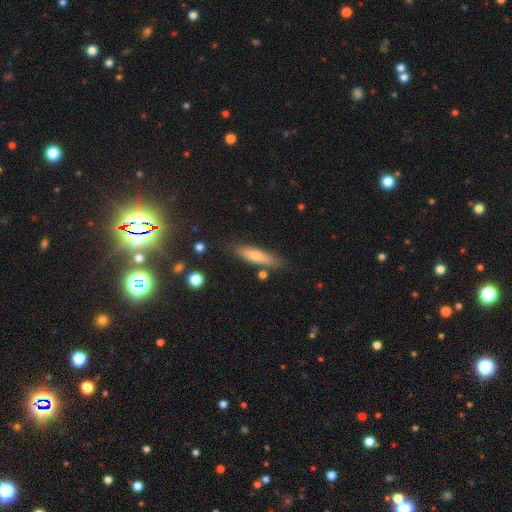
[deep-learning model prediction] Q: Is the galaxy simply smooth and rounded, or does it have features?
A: smooth — 66%.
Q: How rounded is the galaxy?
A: cigar-shaped — 77%.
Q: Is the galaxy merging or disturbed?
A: none — 82%.